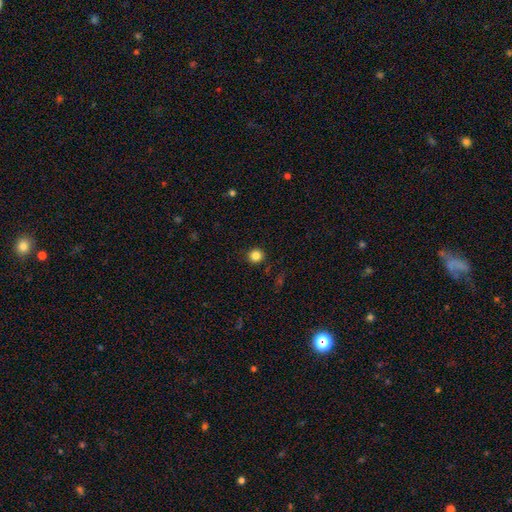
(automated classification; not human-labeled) Smooth or featured? Predicted: smooth (p=0.84). How rounded? Predicted: round (p=0.92). Merging? Predicted: none (p=0.89).